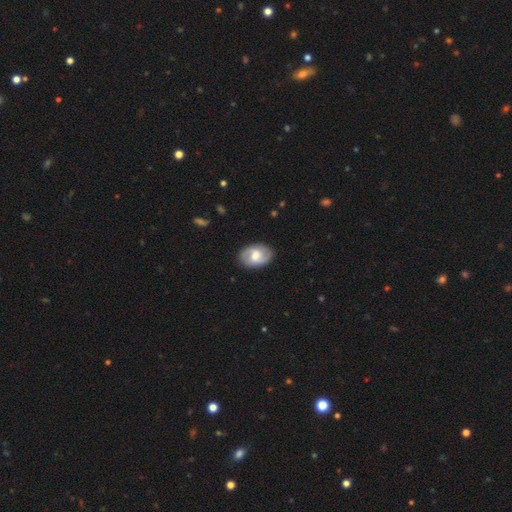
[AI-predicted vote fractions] Q: Smooth or featured?
A: smooth (48%); runner-up: featured or disk (46%)
Q: Merging?
A: none (84%); runner-up: minor disturbance (11%)